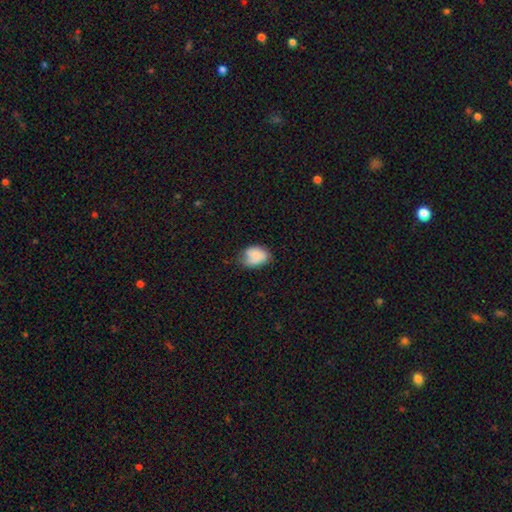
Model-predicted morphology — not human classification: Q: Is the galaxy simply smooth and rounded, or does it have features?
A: smooth — 77%.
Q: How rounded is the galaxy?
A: in between — 73%.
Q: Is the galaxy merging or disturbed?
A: none — 52%.